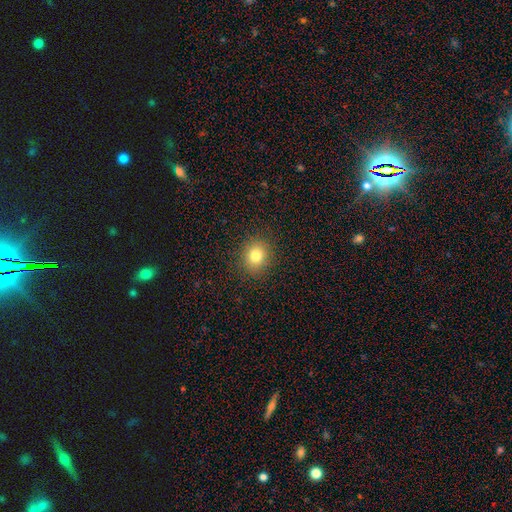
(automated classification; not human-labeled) A smooth galaxy with no disk features (79%) that is round (73%). Merging: none (89%).